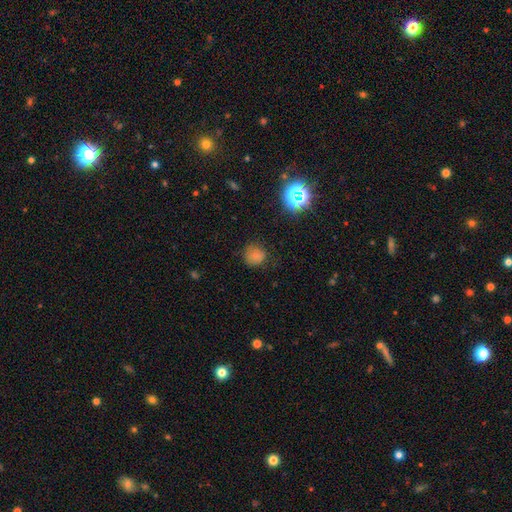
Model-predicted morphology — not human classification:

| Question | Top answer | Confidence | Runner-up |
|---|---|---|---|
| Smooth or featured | smooth | 75% | star or artifact (19%) |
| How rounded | round | 85% | in between (14%) |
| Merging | none | 75% | minor disturbance (18%) |